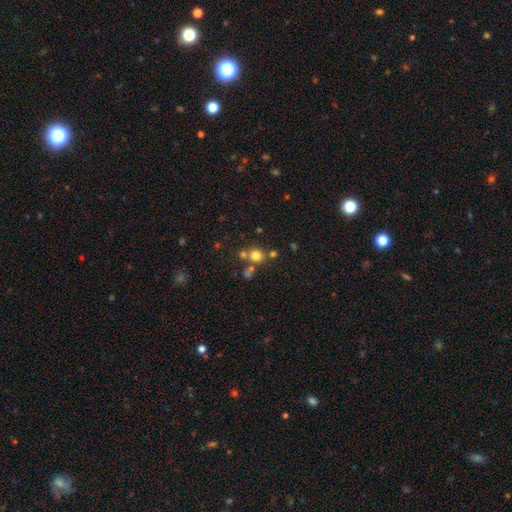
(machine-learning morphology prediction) Smooth or featured?
  - smooth: 74% *
  - star or artifact: 17%
  - featured or disk: 9%
How rounded?
  - round: 87% *
  - in between: 12%
  - cigar-shaped: 1%
Merging?
  - none: 66% *
  - merger: 22%
  - minor disturbance: 8%
  - major disturbance: 4%